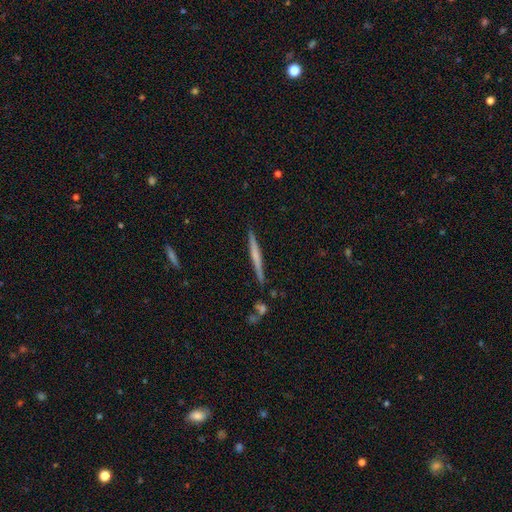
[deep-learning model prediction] A featured or disk galaxy (57%) viewed edge-on (98%) with no central bulge (51%). Merging: none (89%).